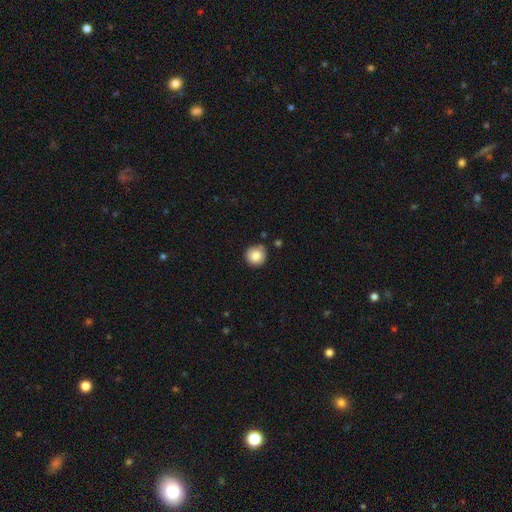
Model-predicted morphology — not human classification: smooth_or_featured: smooth (p=0.84) [alt: star or artifact p=0.09]
how_rounded: round (p=0.94) [alt: in between p=0.05]
merging: none (p=0.84) [alt: minor disturbance p=0.11]